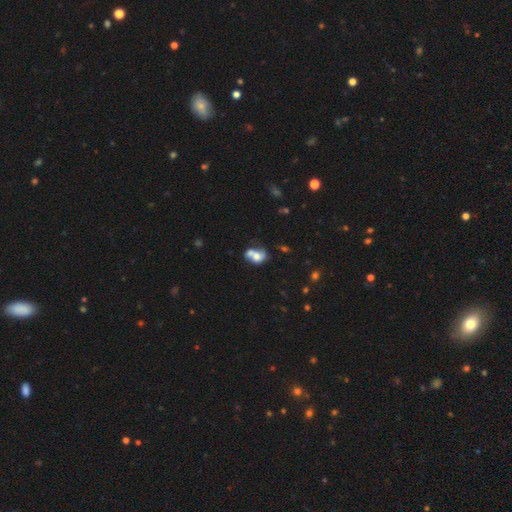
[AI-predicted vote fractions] Morphology: type=smooth (61%); roundness=in between (61%); merging=merger (62%).